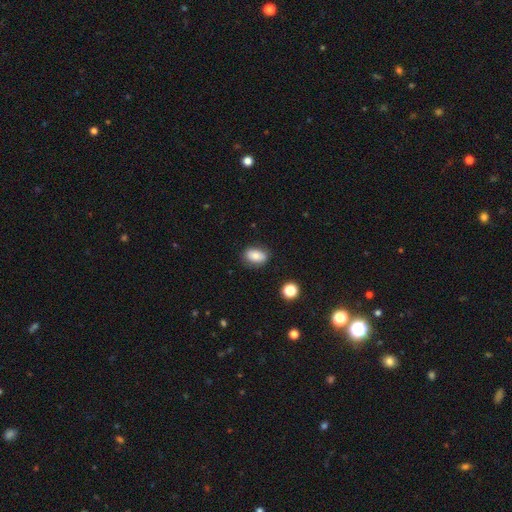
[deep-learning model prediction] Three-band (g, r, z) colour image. It shows a smooth galaxy with no disk features (79%) that is in between round and cigar-shaped (85%). Merging: none (81%).